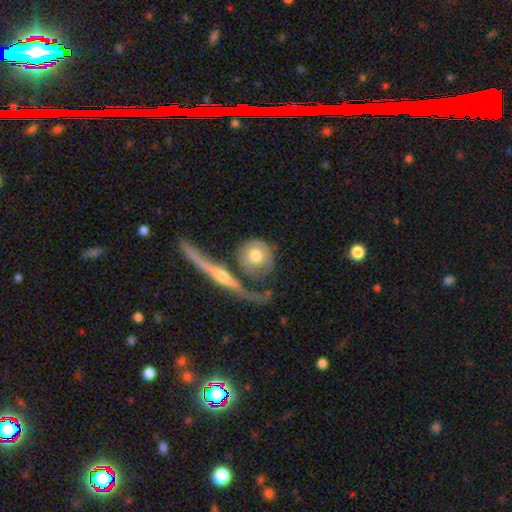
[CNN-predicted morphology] smooth-or-featured: smooth: 54% | featured or disk: 41% | star or artifact: 5%
  how-rounded: round: 80% | in between: 14% | cigar-shaped: 6%
  merging: none: 44% | merger: 28% | minor disturbance: 15% | major disturbance: 13%